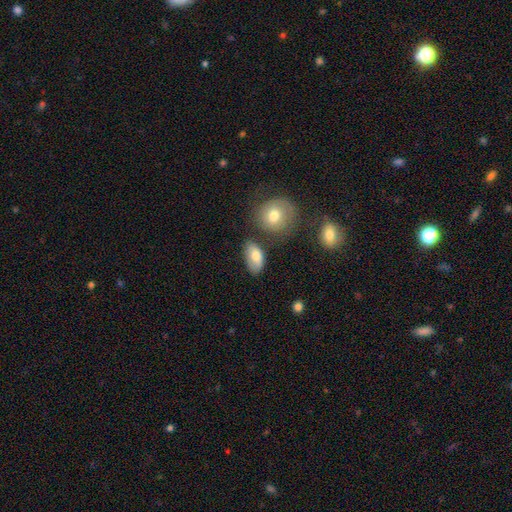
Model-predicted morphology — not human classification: type=smooth (77%); roundness=in between (90%); merging=none (65%).